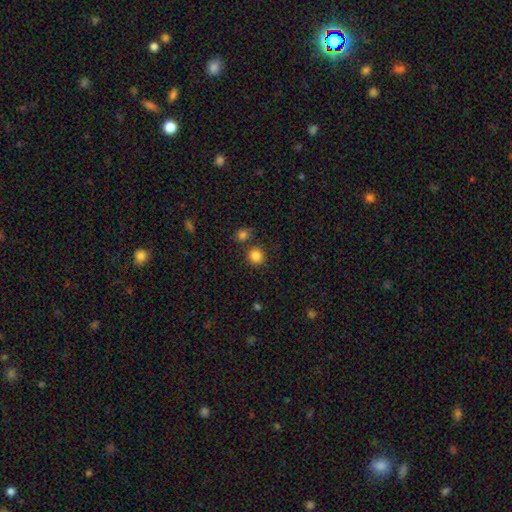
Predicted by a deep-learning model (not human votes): smooth-or-featured: smooth: 84% | star or artifact: 11% | featured or disk: 4%
  how-rounded: round: 87% | in between: 12% | cigar-shaped: 1%
  merging: none: 79% | merger: 10% | minor disturbance: 8% | major disturbance: 3%